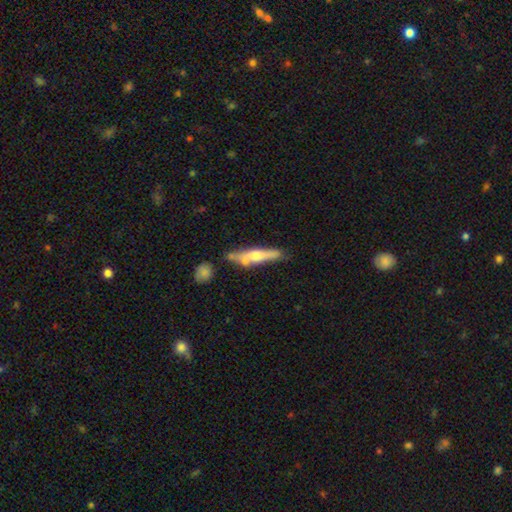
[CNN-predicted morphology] Smooth or featured? featured or disk (57%)
Edge-on disk? yes (91%)
Edge-on bulge? rounded (79%)
Merging? none (70%)